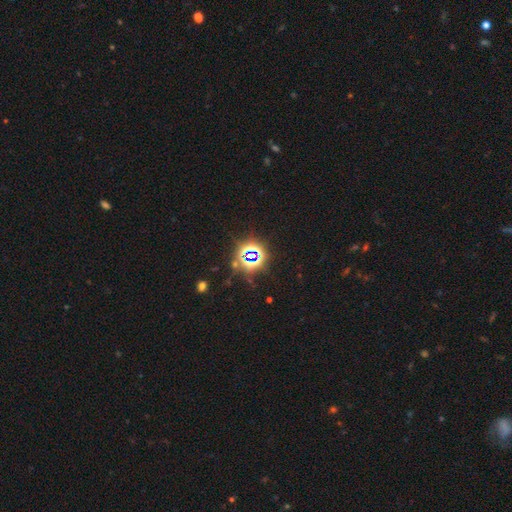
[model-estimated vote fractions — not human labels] This is likely a star or artifact rather than a galaxy (78%).